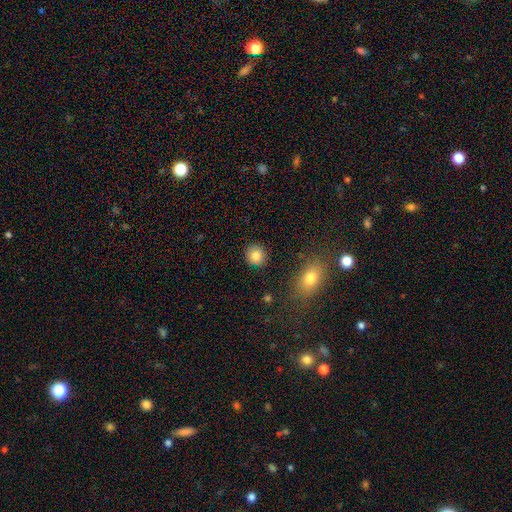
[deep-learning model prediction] Overall: smooth (85%). How rounded: round (86%). Merging: none (90%).